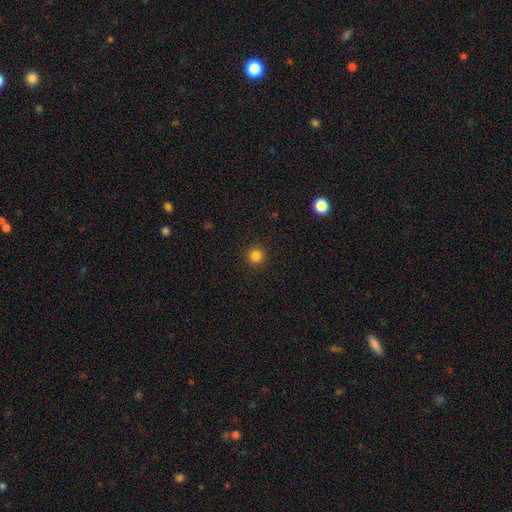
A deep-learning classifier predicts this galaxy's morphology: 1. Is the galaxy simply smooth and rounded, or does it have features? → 83% smooth, 13% star or artifact, 4% featured or disk.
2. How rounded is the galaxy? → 96% round, 3% in between, 1% cigar-shaped.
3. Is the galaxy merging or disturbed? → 93% none, 5% minor disturbance, 2% major disturbance, 1% merger.